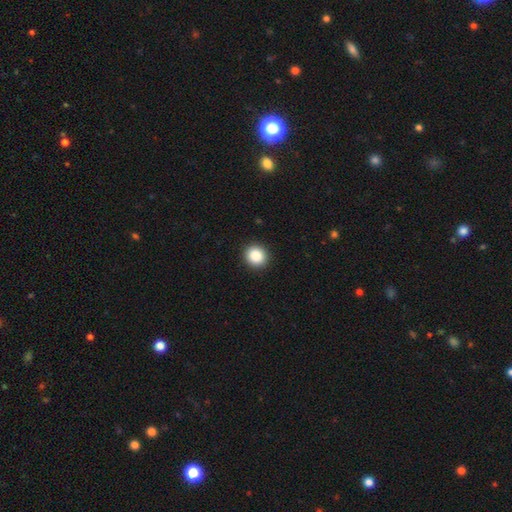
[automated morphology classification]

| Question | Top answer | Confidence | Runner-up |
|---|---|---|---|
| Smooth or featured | smooth | 87% | star or artifact (9%) |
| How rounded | round | 89% | in between (10%) |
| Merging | none | 93% | minor disturbance (5%) |